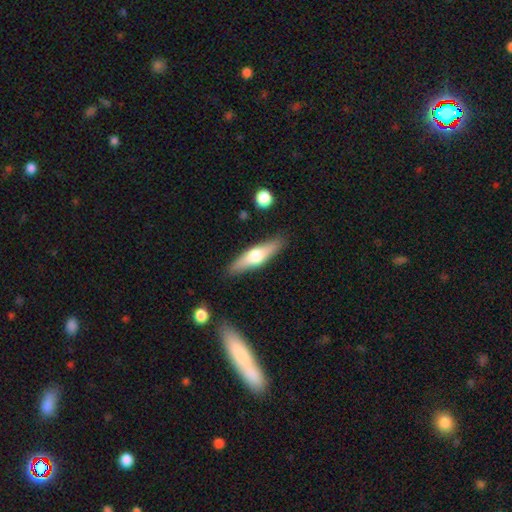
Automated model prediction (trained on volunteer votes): smooth_or_featured: smooth (p=0.48) [alt: featured or disk p=0.46]
merging: none (p=0.86) [alt: minor disturbance p=0.10]